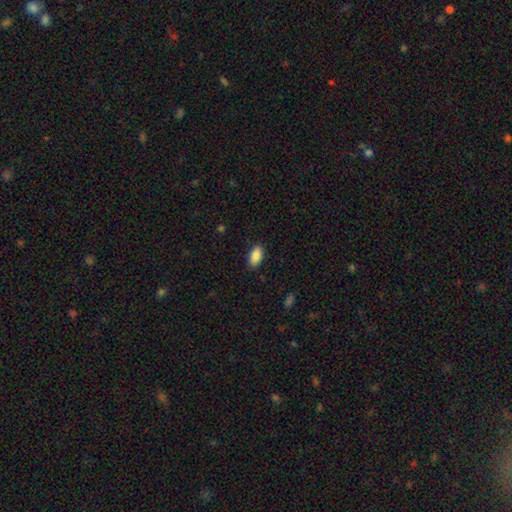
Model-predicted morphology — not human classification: type=smooth (89%); roundness=in between (93%); merging=none (87%).